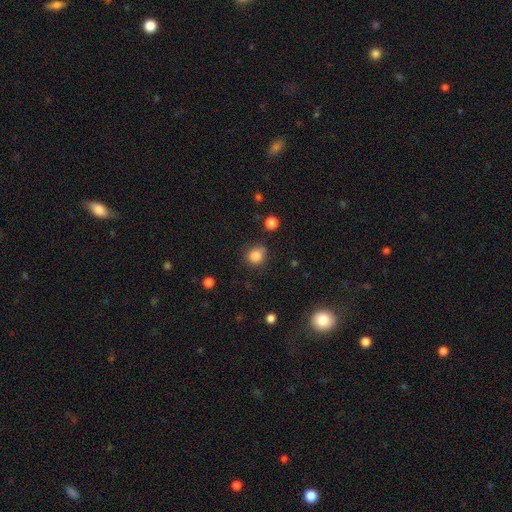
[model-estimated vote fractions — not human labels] Smooth or featured?
  - smooth: 84% *
  - star or artifact: 11%
  - featured or disk: 5%
How rounded?
  - round: 80% *
  - in between: 19%
  - cigar-shaped: 1%
Merging?
  - none: 75% *
  - minor disturbance: 18%
  - major disturbance: 4%
  - merger: 3%